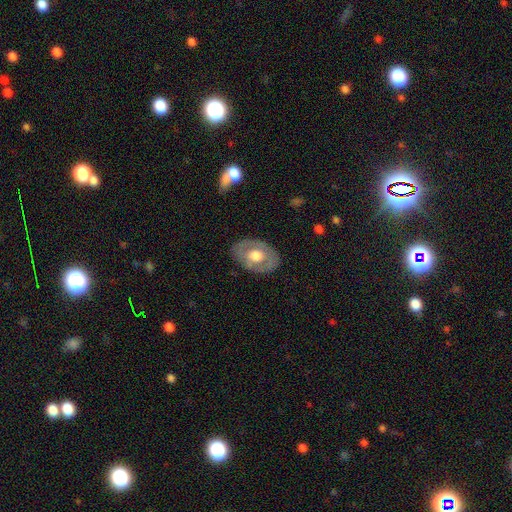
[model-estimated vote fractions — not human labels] Smooth or featured?
  - featured or disk: 48% *
  - smooth: 46%
  - star or artifact: 5%
Merging?
  - none: 81% *
  - minor disturbance: 14%
  - major disturbance: 5%
  - merger: 1%